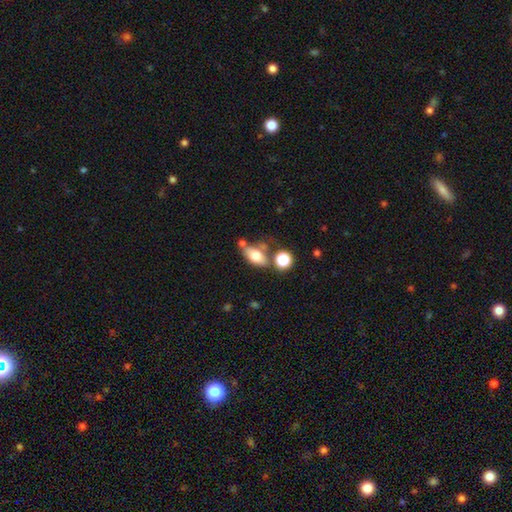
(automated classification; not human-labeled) Smooth or featured?
  - smooth: 70% *
  - featured or disk: 21%
  - star or artifact: 9%
How rounded?
  - in between: 83% *
  - round: 11%
  - cigar-shaped: 6%
Merging?
  - none: 52% *
  - merger: 22%
  - minor disturbance: 18%
  - major disturbance: 8%